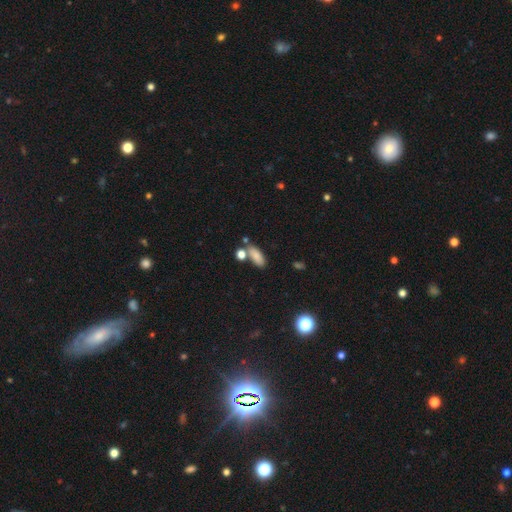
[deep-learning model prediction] Smooth or featured?
  - smooth: 82% *
  - star or artifact: 10%
  - featured or disk: 8%
How rounded?
  - in between: 80% *
  - cigar-shaped: 15%
  - round: 5%
Merging?
  - none: 62% *
  - merger: 21%
  - minor disturbance: 13%
  - major disturbance: 4%